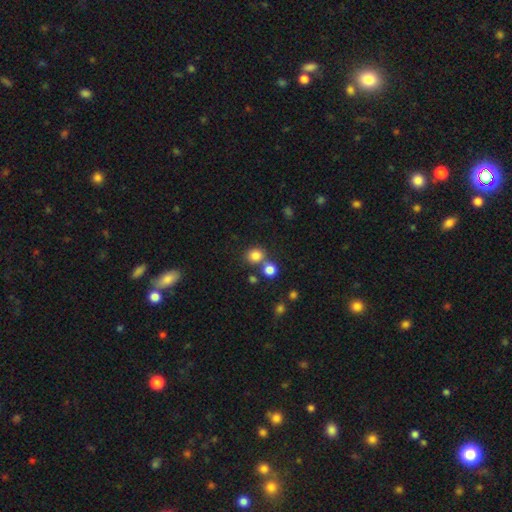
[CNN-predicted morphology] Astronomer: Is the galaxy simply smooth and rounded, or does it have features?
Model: smooth — 81%.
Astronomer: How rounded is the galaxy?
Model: round — 79%.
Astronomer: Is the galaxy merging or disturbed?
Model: none — 63%.